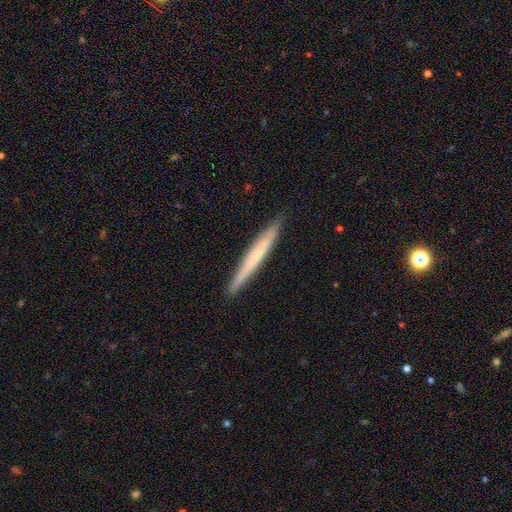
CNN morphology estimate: Q: Smooth or featured?
A: smooth (47%); tied with: featured or disk (47%)
Q: Merging?
A: none (91%); runner-up: minor disturbance (7%)